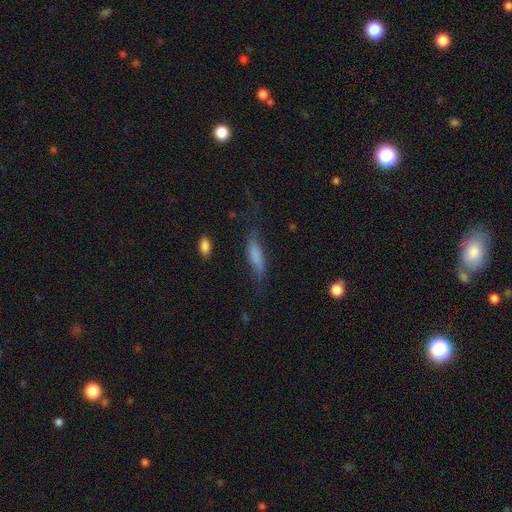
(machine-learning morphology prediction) A smooth galaxy with no disk features (68%) that is cigar-shaped (65%).

Vote fractions:
- Smooth or featured? smooth: 68% / featured or disk: 23% / star or artifact: 9%
- How rounded? cigar-shaped: 65% / in between: 32% / round: 3%
- Merging? none: 54% / minor disturbance: 27% / major disturbance: 17% / merger: 3%